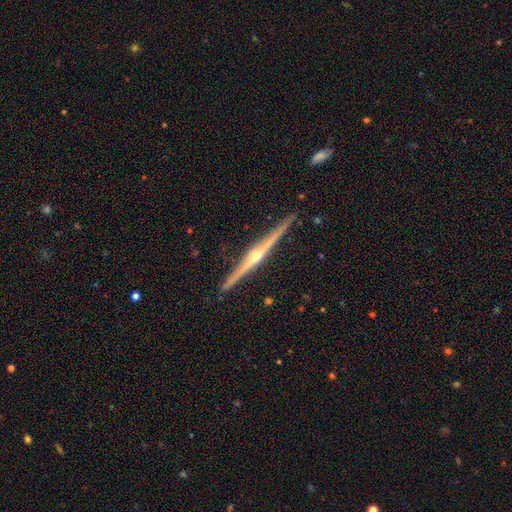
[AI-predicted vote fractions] Smooth or featured: featured or disk — 89% (smooth — 7%)
Edge-on disk: yes — 99% (no — 1%)
Edge-on bulge: rounded — 94% (none — 4%)
Merging: none — 92% (minor disturbance — 6%)